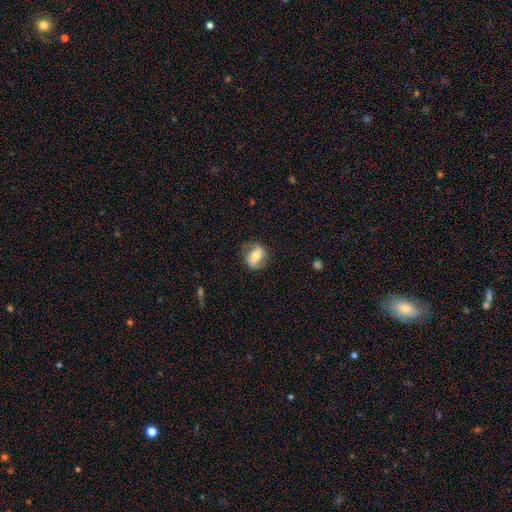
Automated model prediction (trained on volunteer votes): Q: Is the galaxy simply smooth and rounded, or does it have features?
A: smooth — 48%.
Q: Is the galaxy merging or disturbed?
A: none — 73%.